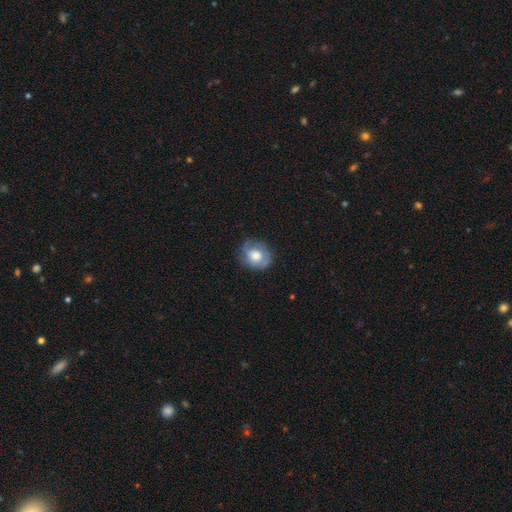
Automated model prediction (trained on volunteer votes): smooth-or-featured: smooth: 59% | featured or disk: 33% | star or artifact: 8%
  how-rounded: round: 70% | in between: 29% | cigar-shaped: 1%
  merging: none: 67% | minor disturbance: 24% | major disturbance: 8% | merger: 1%